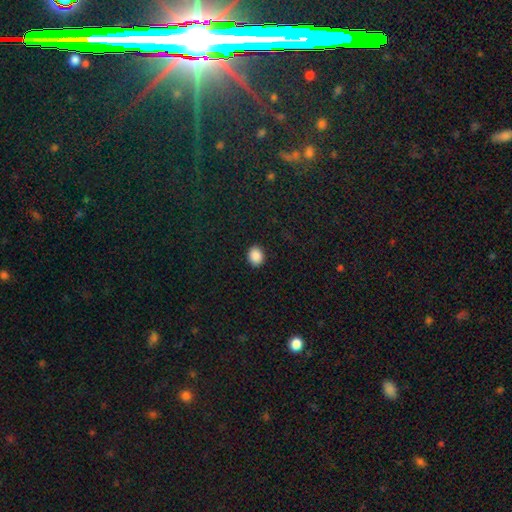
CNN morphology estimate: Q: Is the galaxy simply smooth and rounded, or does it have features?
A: smooth — 88%.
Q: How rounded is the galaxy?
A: round — 56%.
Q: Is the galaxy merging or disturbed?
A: none — 90%.